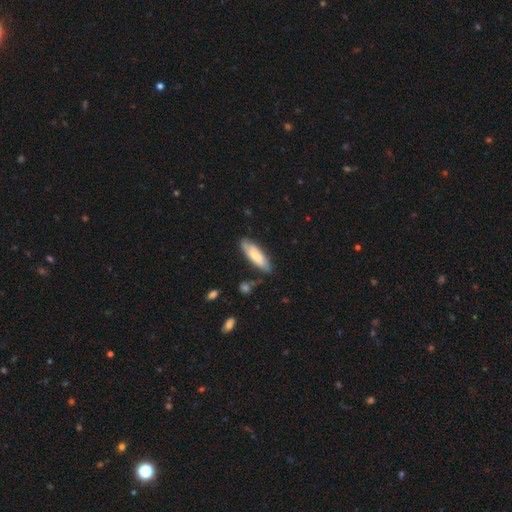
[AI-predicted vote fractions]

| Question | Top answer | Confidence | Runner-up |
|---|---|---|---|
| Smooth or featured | smooth | 68% | featured or disk (26%) |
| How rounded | in between | 50% | cigar-shaped (49%) |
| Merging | none | 76% | minor disturbance (17%) |